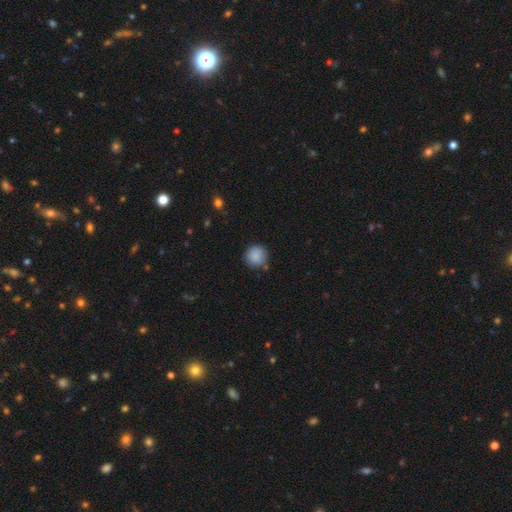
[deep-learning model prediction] smooth 86%, star or artifact 8%, featured or disk 6%. Down the decision tree: how rounded — round (93%); merging — none (81%).